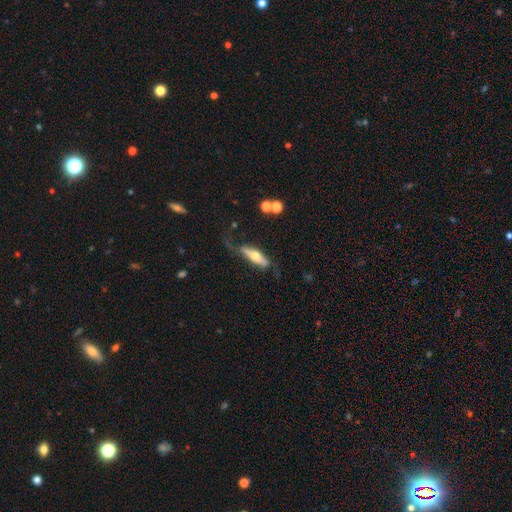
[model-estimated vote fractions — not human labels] Smooth or featured? Predicted: featured or disk (p=0.48). Merging? Predicted: none (p=0.43).